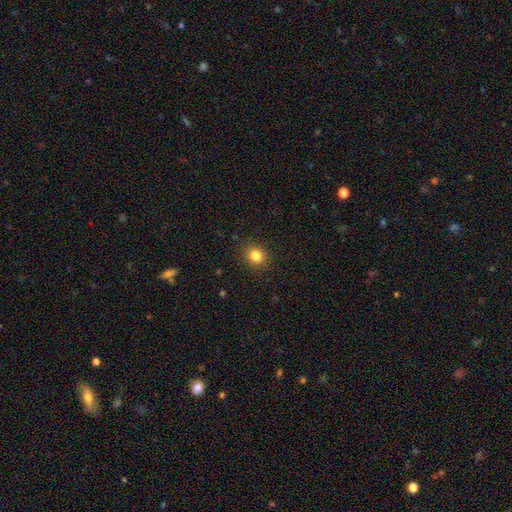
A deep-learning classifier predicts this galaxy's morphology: The model was most divided on "how rounded": round: 78%, in between: 21%, cigar-shaped: 1%. More confident: merging — none (90%); smooth or featured — smooth (82%).